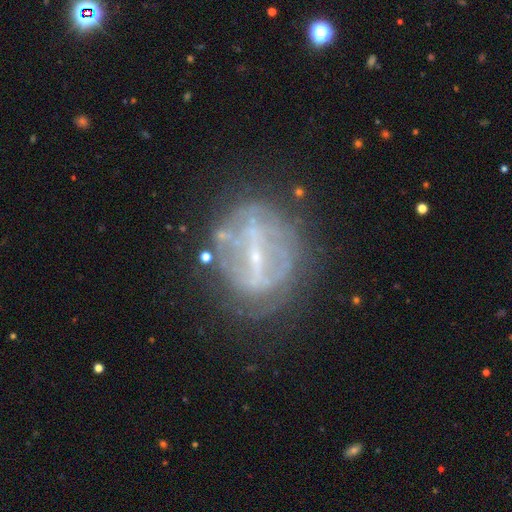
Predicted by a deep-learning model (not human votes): Smooth or featured? Predicted: featured or disk (p=0.79). Edge-on disk? Predicted: no (p=0.94). Bar? Predicted: strong (p=0.58). Spiral arms? Predicted: yes (p=0.51). Bulge size? Predicted: small (p=0.81). Merging? Predicted: none (p=0.63).